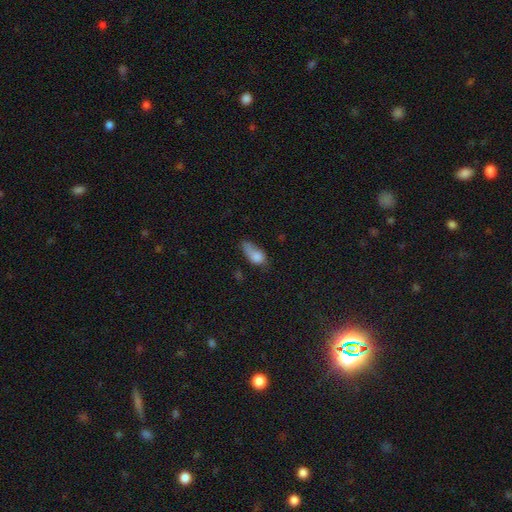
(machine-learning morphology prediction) Overall: smooth (79%). How rounded: in between (82%). Merging: minor disturbance (36%; none 29%).